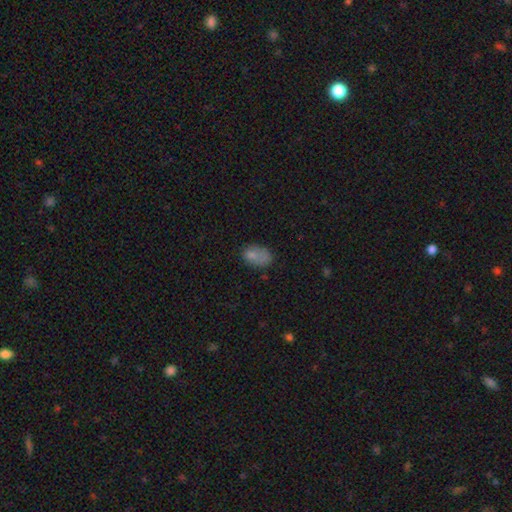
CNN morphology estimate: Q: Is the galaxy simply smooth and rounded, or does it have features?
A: smooth — 75%.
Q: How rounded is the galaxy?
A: in between — 85%.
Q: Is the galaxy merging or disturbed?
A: none — 49%.